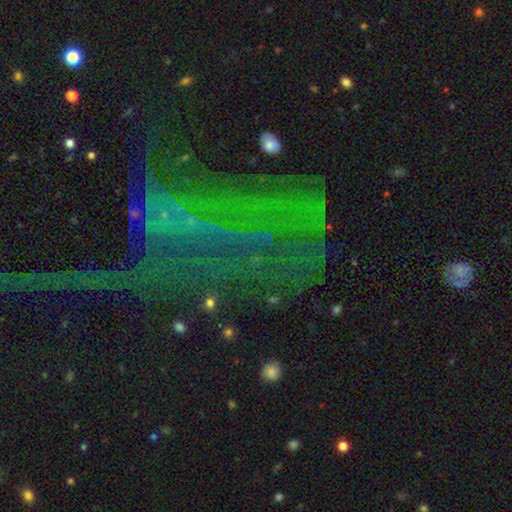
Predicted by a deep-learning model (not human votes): Smooth or featured? Predicted: star or artifact (p=0.53).